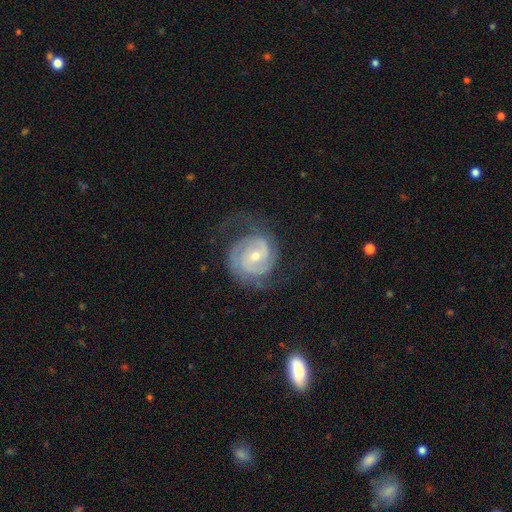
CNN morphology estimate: A featured or disk galaxy (89%) with no bar (44%), 2 (64%) tight (61%) spiral arms (97%) and a small central bulge (52%).

Vote fractions:
- Smooth or featured? featured or disk: 89% / smooth: 6% / star or artifact: 5%
- Edge-on disk? no: 98% / yes: 2%
- Bar? no: 44% / weak: 43% / strong: 13%
- Spiral arms? yes: 97% / no: 3%
- Spiral winding? tight: 61% / medium: 32% / loose: 7%
- Spiral arm count? 2: 64% / 3: 14% / can't tell: 12% / 1: 3% / 4: 3% / more than 4: 3%
- Bulge size? small: 52% / moderate: 45% / large: 1% / none: 1% / dominant: 1%
- Merging? none: 67% / minor disturbance: 19% / major disturbance: 13% / merger: 1%